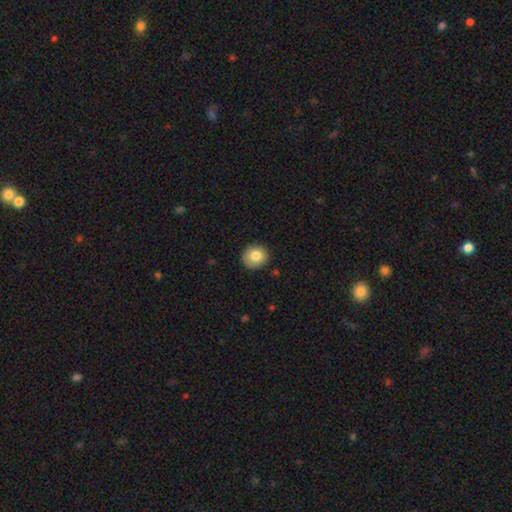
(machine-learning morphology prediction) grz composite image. It shows a smooth galaxy with no disk features (81%) that is round (81%). Merging: none (86%).